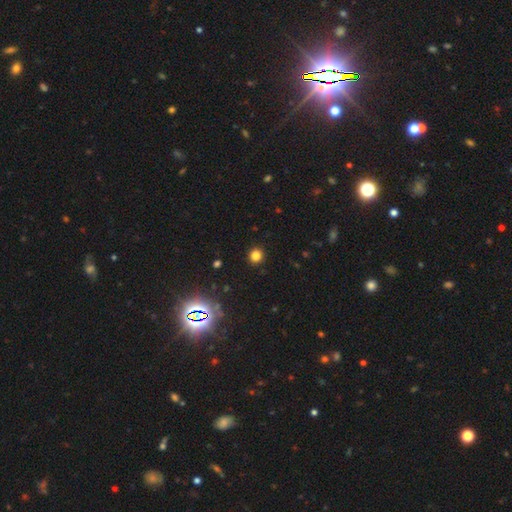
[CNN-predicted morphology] Smooth or featured: smooth — 80% (star or artifact — 16%)
How rounded: round — 90% (in between — 9%)
Merging: none — 92% (minor disturbance — 5%)